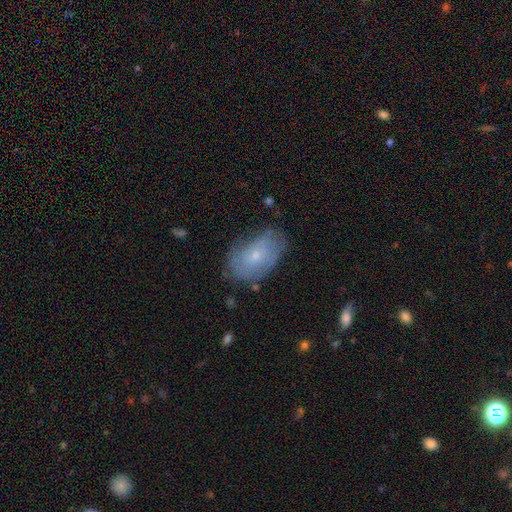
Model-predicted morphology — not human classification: This is possibly a smooth galaxy (53%). How rounded: clearly in between (88%). Merging: likely none (66%).